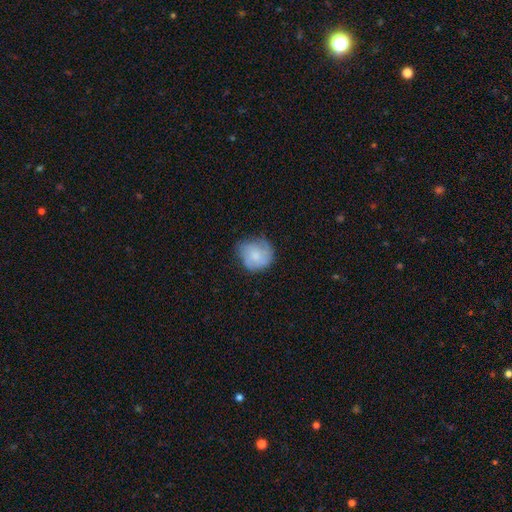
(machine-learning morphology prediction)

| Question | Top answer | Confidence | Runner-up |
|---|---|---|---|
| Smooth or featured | smooth | 60% | featured or disk (33%) |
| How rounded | round | 80% | in between (19%) |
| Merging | none | 61% | minor disturbance (28%) |